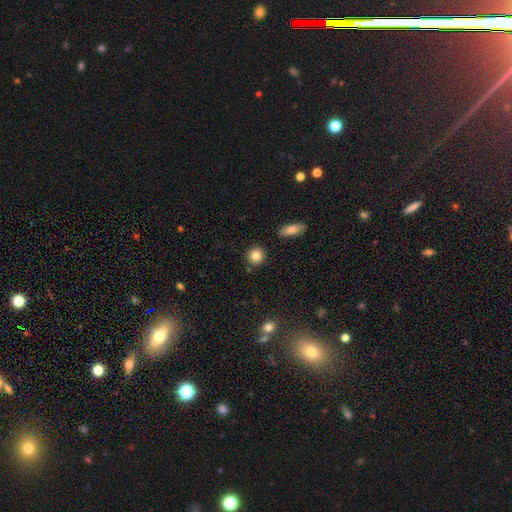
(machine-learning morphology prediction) A smooth galaxy with no disk features (84%) that is round (89%). Merging: none (89%).